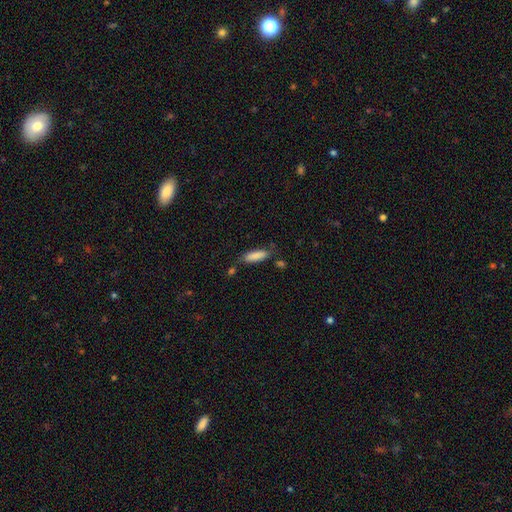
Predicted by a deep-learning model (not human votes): Morphology: type=smooth (86%); roundness=cigar-shaped (54%); merging=none (72%).